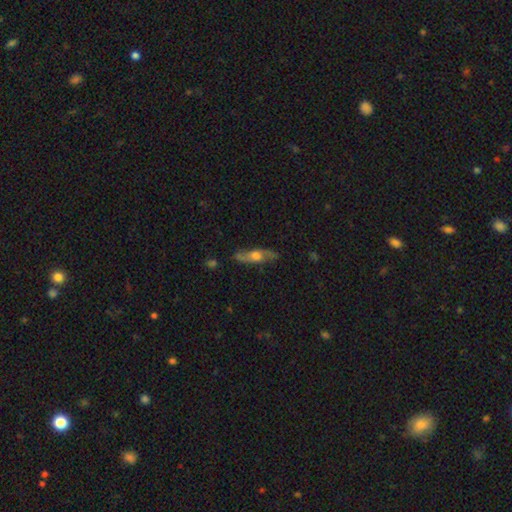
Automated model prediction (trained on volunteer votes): Q: Smooth or featured?
A: featured or disk (65%); runner-up: smooth (28%)
Q: Edge-on disk?
A: yes (57%); runner-up: no (43%)
Q: Merging?
A: none (82%); runner-up: minor disturbance (13%)